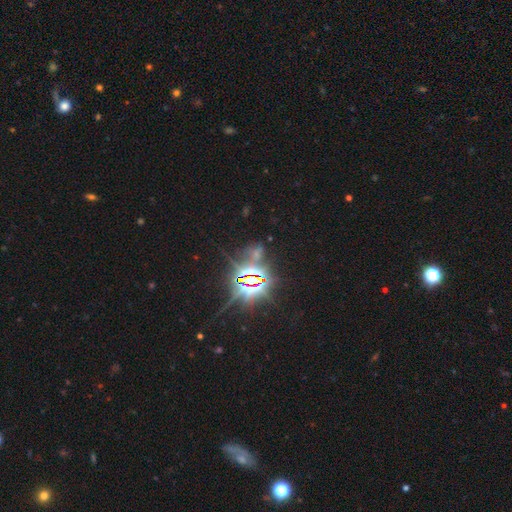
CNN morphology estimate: This appears to be a star or artifact, not a galaxy (79%).